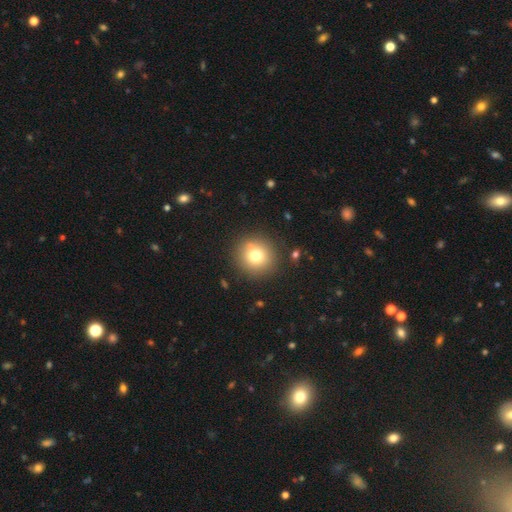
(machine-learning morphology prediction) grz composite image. It shows a smooth galaxy with no disk features (74%) that is round (94%). Merging: none (88%).